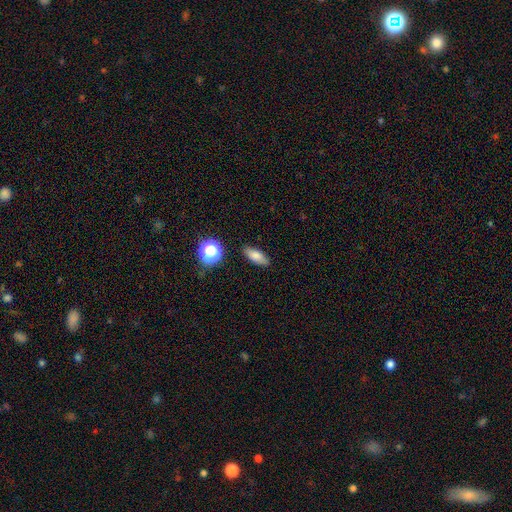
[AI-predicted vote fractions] This is likely a smooth galaxy (79%). How rounded: likely in between (71%). Merging: clearly none (86%).